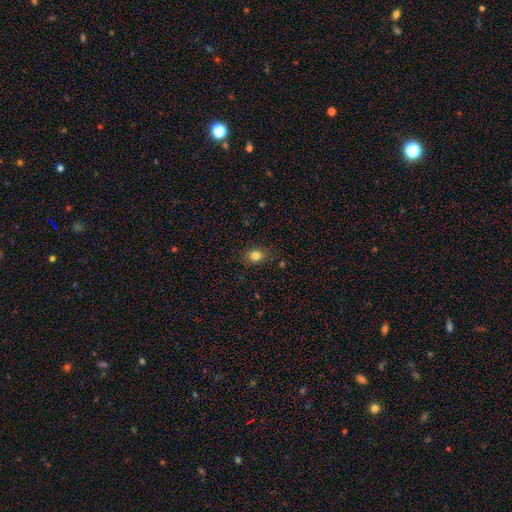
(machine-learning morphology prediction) This appears to be a smooth galaxy with no disk features (80%) that is in between round and cigar-shaped (57%). Merging: none (84%).